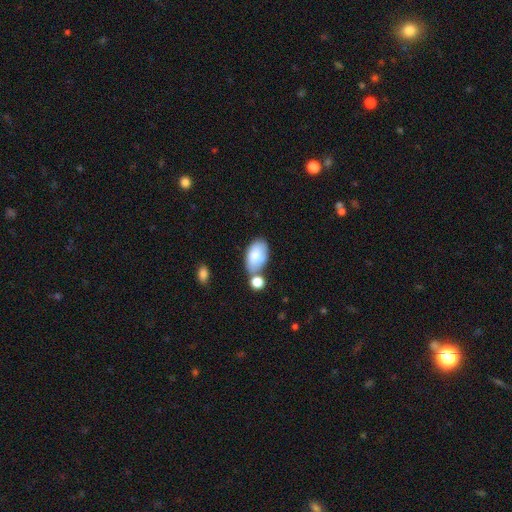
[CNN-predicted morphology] A smooth galaxy with no disk features (79%) that is in between round and cigar-shaped (94%).

Vote fractions:
- Smooth or featured? smooth: 79% / featured or disk: 14% / star or artifact: 7%
- How rounded? in between: 94% / round: 5% / cigar-shaped: 1%
- Merging? none: 51% / merger: 23% / minor disturbance: 20% / major disturbance: 6%